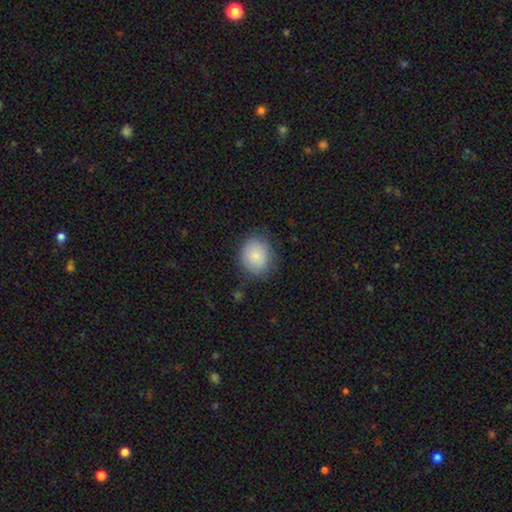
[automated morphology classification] A smooth galaxy with no disk features (84%) that is round (71%).

Vote fractions:
- Smooth or featured? smooth: 84% / featured or disk: 8% / star or artifact: 7%
- How rounded? round: 71% / in between: 28% / cigar-shaped: 1%
- Merging? none: 75% / minor disturbance: 18% / major disturbance: 5% / merger: 1%